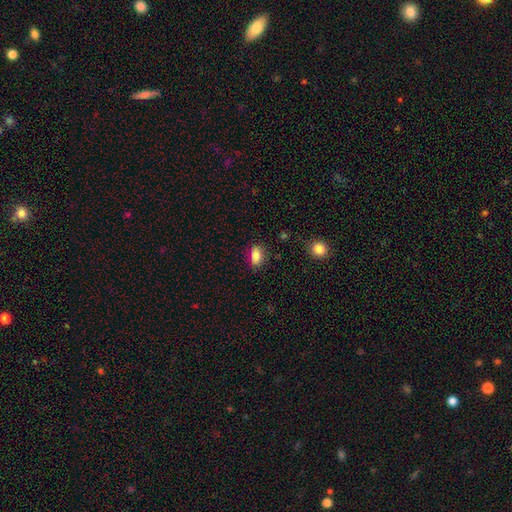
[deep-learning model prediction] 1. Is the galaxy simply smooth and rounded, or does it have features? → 83% smooth, 9% star or artifact, 8% featured or disk.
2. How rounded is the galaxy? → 84% in between, 12% round, 4% cigar-shaped.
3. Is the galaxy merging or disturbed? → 83% none, 12% minor disturbance, 3% major disturbance, 2% merger.